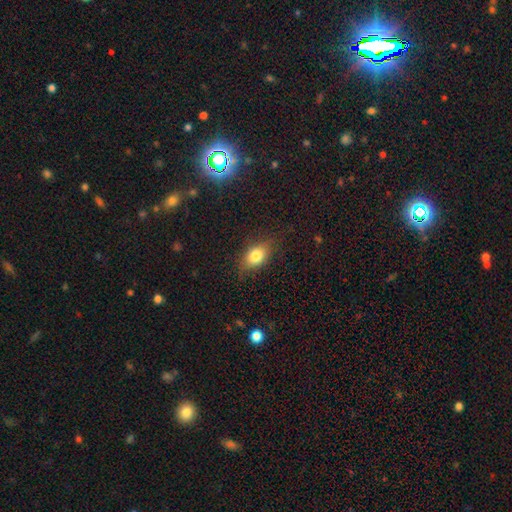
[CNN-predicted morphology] A smooth galaxy with no disk features (77%) that is in between round and cigar-shaped (77%). Merging: none (75%).